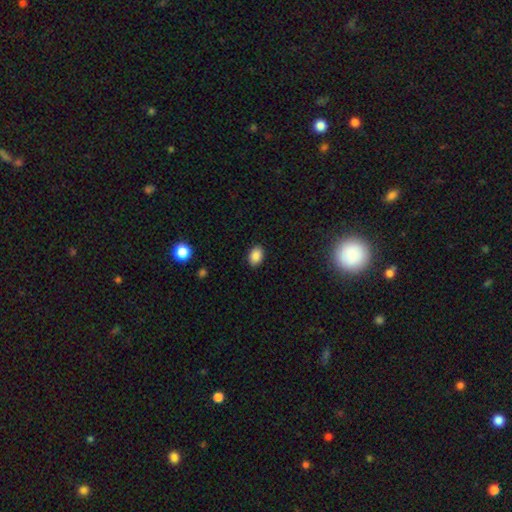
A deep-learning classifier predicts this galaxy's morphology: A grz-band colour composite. It shows a smooth galaxy with no disk features (87%) that is in between round and cigar-shaped (84%). Merging: none (89%).